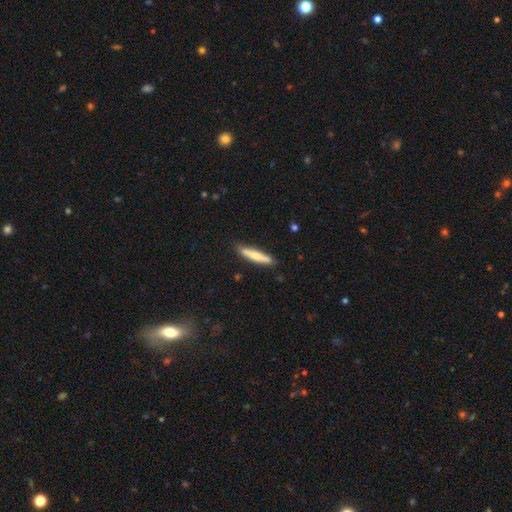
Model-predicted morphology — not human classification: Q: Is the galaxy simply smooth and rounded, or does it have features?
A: smooth — 64%.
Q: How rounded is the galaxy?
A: cigar-shaped — 89%.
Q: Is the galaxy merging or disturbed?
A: none — 83%.